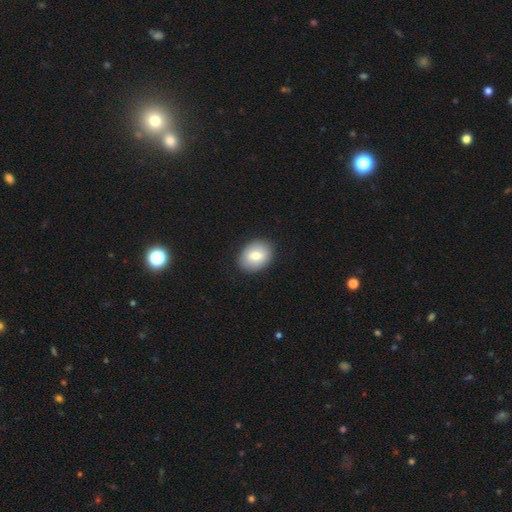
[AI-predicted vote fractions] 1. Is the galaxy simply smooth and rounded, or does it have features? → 74% smooth, 19% featured or disk, 7% star or artifact.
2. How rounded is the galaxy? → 64% in between, 36% round, 1% cigar-shaped.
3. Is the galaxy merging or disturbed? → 88% none, 9% minor disturbance, 2% major disturbance, 1% merger.